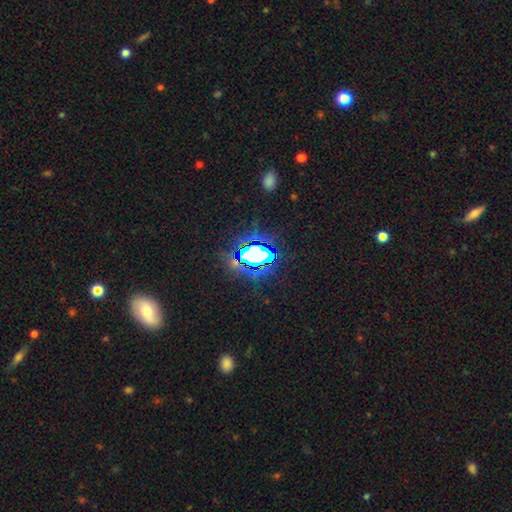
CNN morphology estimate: A star or artifact, not a galaxy (68%).